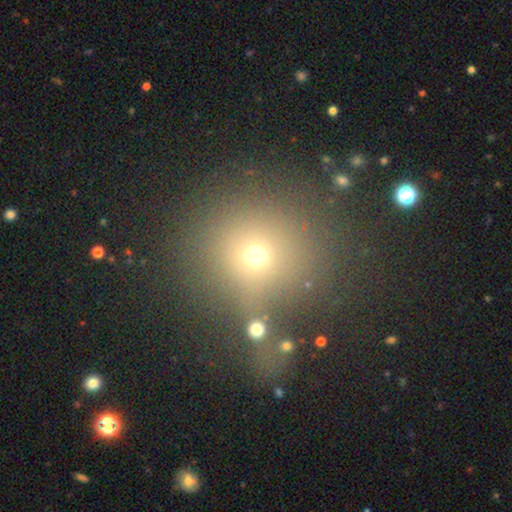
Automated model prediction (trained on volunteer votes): This is likely a smooth galaxy (63%). How rounded: clearly round (91%). Merging: likely none (68%).